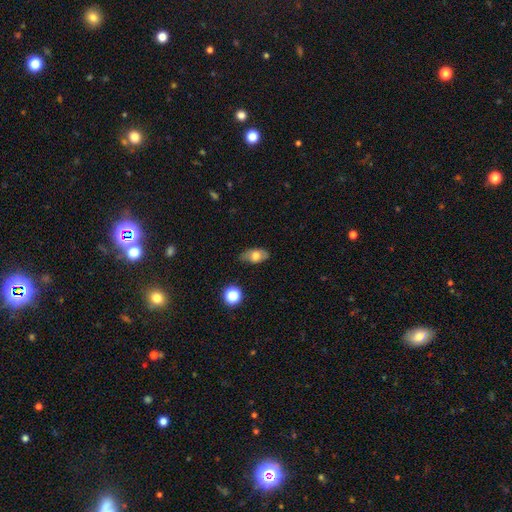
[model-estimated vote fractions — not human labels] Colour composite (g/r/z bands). It shows a smooth galaxy with no disk features (68%) that is in between round and cigar-shaped (89%). Merging: none (71%).